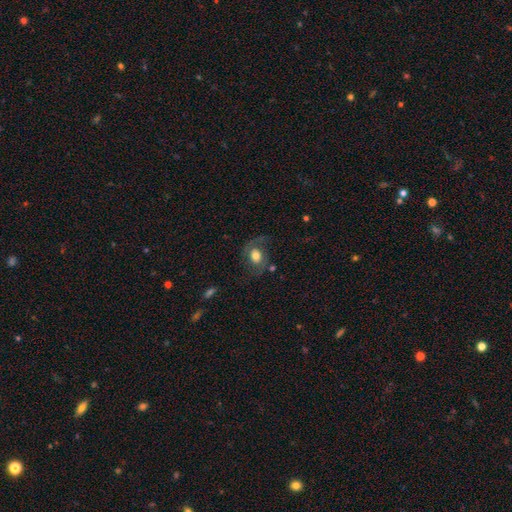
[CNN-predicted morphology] The model was most divided on "smooth or featured": featured or disk: 54%, smooth: 38%, star or artifact: 9%. More confident: edge-on disk — no (96%); spiral arms — yes (77%); bar — no (69%); merging — none (62%); bulge size — moderate (54%).